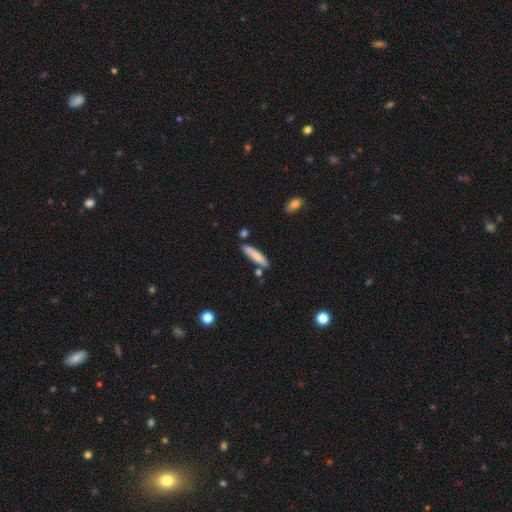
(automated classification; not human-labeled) The model was most divided on "how rounded": cigar-shaped: 77%, in between: 21%, round: 2%. More confident: smooth or featured — smooth (81%); merging — none (79%).